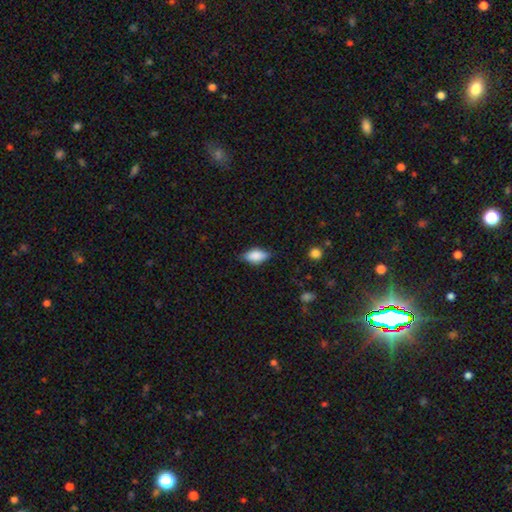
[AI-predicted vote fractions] Q: Smooth or featured?
A: smooth (80%); runner-up: featured or disk (12%)
Q: How rounded?
A: in between (87%); runner-up: cigar-shaped (9%)
Q: Merging?
A: none (74%); runner-up: minor disturbance (21%)